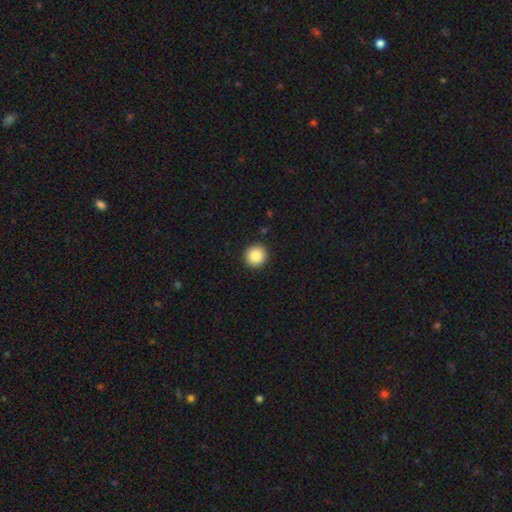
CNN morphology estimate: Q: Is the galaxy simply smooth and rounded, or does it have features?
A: smooth — 87%.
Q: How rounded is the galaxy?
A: round — 91%.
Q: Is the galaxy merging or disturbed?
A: none — 92%.